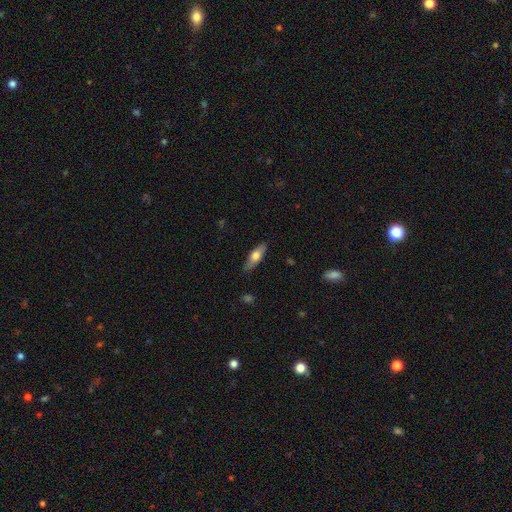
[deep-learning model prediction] Smooth or featured?
  - smooth: 61% *
  - featured or disk: 33%
  - star or artifact: 6%
How rounded?
  - in between: 55% *
  - cigar-shaped: 43%
  - round: 3%
Merging?
  - none: 86% *
  - minor disturbance: 11%
  - major disturbance: 2%
  - merger: 1%